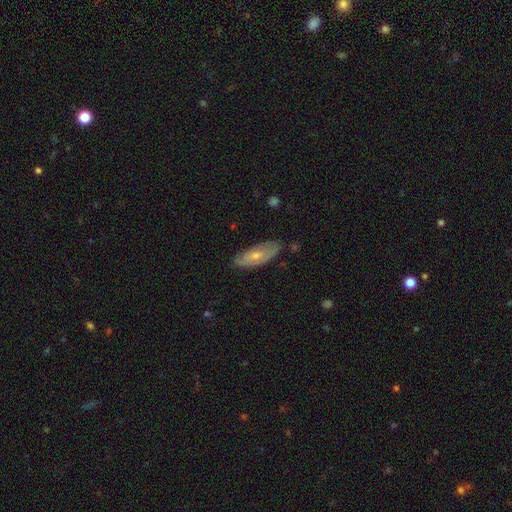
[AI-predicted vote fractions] Overall: featured or disk (49%; smooth 43%). Merging: none (79%).